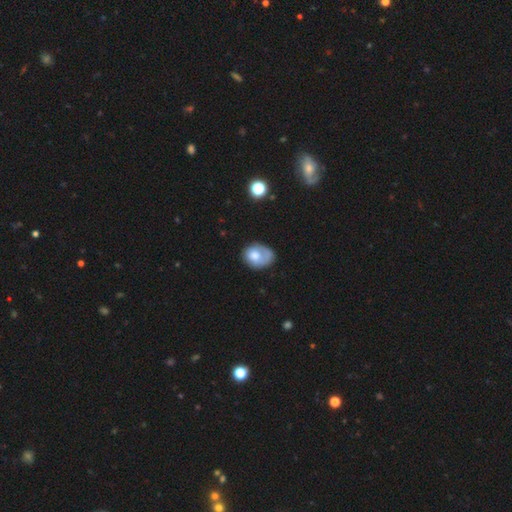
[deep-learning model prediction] Q: Smooth or featured?
A: smooth (66%); runner-up: featured or disk (26%)
Q: How rounded?
A: in between (61%); runner-up: round (38%)
Q: Merging?
A: none (46%); runner-up: minor disturbance (30%)